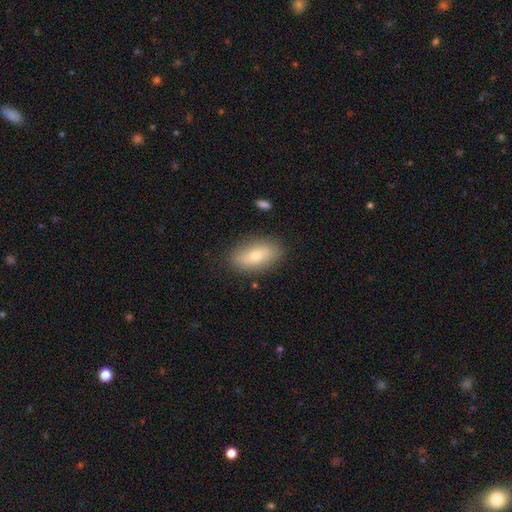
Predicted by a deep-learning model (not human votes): Smooth or featured?
  - smooth: 64% *
  - featured or disk: 29%
  - star or artifact: 7%
How rounded?
  - in between: 88% *
  - cigar-shaped: 6%
  - round: 6%
Merging?
  - none: 85% *
  - minor disturbance: 11%
  - major disturbance: 3%
  - merger: 2%